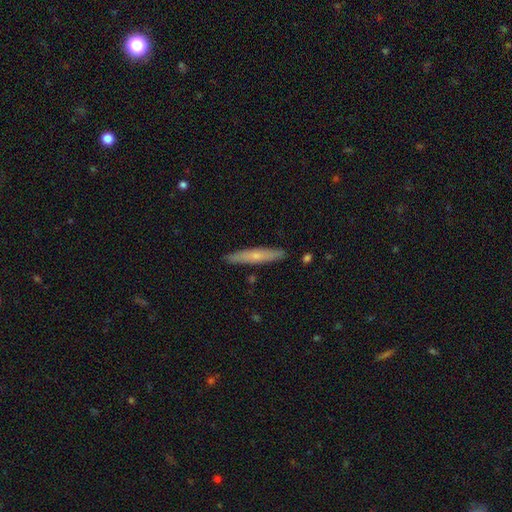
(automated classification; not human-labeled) A smooth galaxy with no disk features (53%) that is cigar-shaped (91%).

Vote fractions:
- Smooth or featured? smooth: 53% / featured or disk: 41% / star or artifact: 6%
- How rounded? cigar-shaped: 91% / in between: 7% / round: 2%
- Merging? none: 89% / minor disturbance: 8% / merger: 1% / major disturbance: 1%